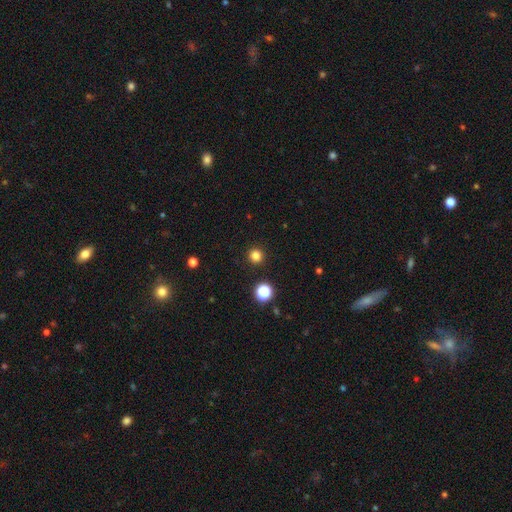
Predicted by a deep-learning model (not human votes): The model was most divided on "smooth or featured": smooth: 82%, star or artifact: 14%, featured or disk: 4%. More confident: how rounded — round (95%); merging — none (92%).